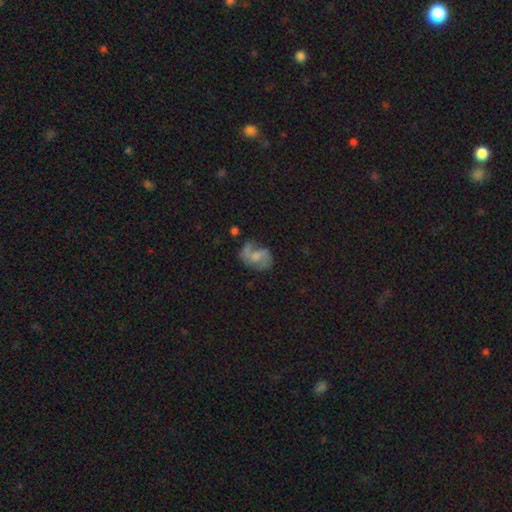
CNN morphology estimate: Smooth or featured?
  - featured or disk: 60% *
  - smooth: 31%
  - star or artifact: 9%
Edge-on disk?
  - no: 98% *
  - yes: 2%
Bar?
  - no: 53% *
  - weak: 39%
  - strong: 8%
Spiral arms?
  - yes: 81% *
  - no: 19%
Bulge size?
  - small: 40% *
  - moderate: 36%
  - none: 19%
  - large: 4%
  - dominant: 1%
Merging?
  - none: 46% *
  - minor disturbance: 26%
  - major disturbance: 20%
  - merger: 7%